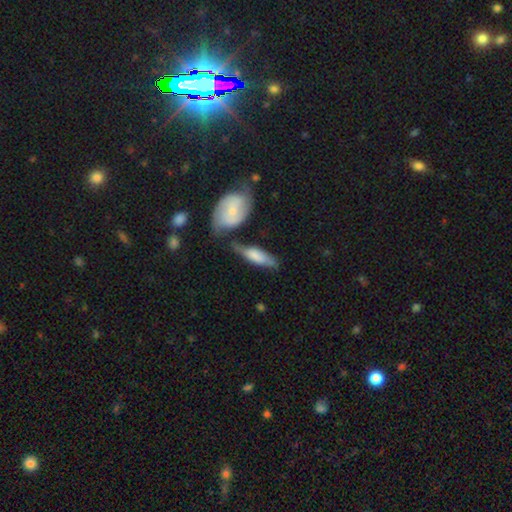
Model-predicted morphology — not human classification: Smooth or featured: smooth — 54% (featured or disk — 40%)
How rounded: cigar-shaped — 54% (in between — 43%)
Merging: none — 47% (minor disturbance — 23%)